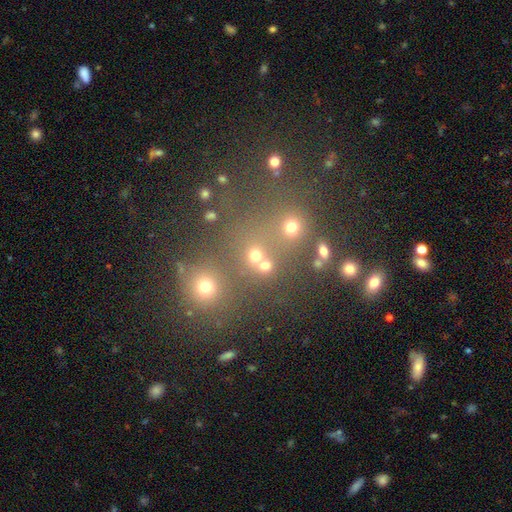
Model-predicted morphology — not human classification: star or artifact 57%, smooth 29%, featured or disk 14%.